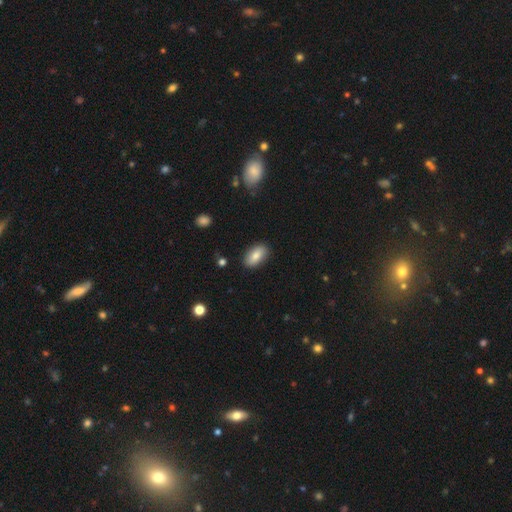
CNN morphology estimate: This appears to be a smooth galaxy with no disk features (80%) that is in between round and cigar-shaped (91%). Merging: none (87%).